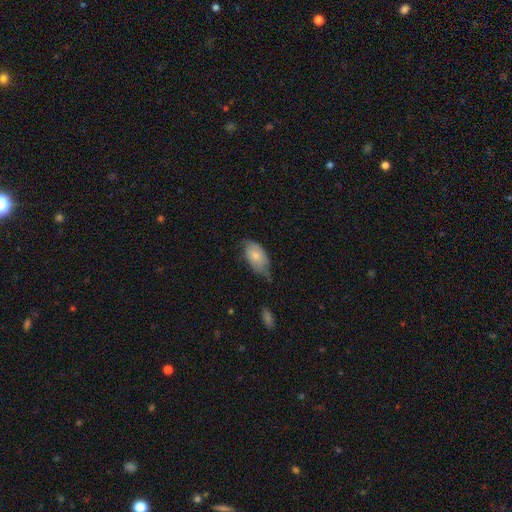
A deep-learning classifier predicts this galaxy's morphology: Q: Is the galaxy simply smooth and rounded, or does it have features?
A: smooth — 70%.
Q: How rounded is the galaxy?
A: in between — 93%.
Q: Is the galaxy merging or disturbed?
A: minor disturbance — 43%.